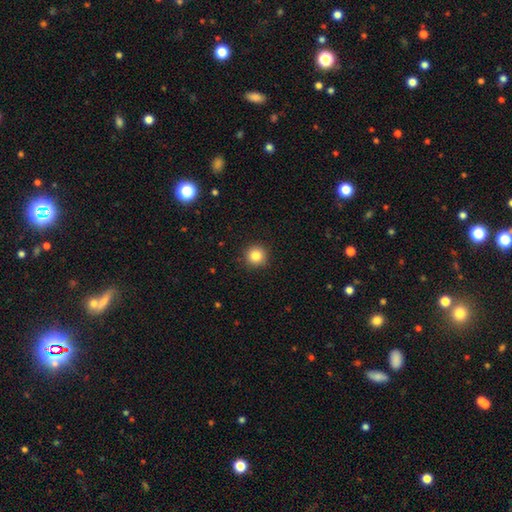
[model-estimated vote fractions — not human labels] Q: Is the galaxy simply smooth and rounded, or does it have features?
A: smooth — 84%.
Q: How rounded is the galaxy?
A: round — 95%.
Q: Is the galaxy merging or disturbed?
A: none — 91%.